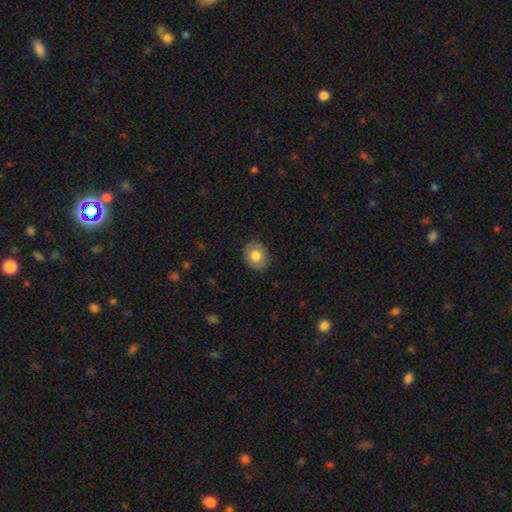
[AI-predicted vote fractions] Smooth or featured: smooth — 80% (featured or disk — 12%)
How rounded: in between — 53% (round — 46%)
Merging: none — 87% (minor disturbance — 10%)